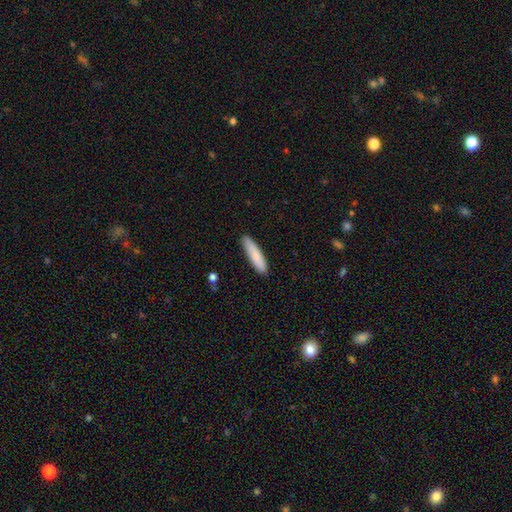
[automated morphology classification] This appears to be a smooth galaxy with no disk features (84%) that is cigar-shaped (83%). Merging: none (88%).